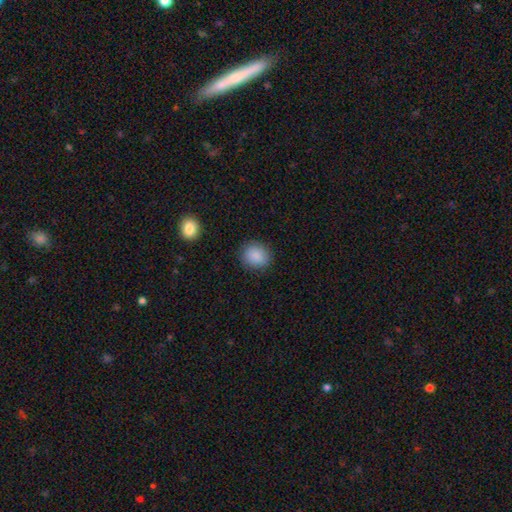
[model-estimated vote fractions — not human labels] Smooth or featured? Predicted: smooth (p=0.88). How rounded? Predicted: round (p=0.76). Merging? Predicted: none (p=0.87).